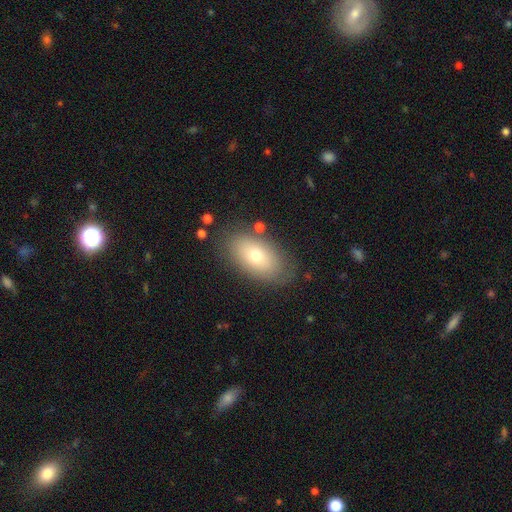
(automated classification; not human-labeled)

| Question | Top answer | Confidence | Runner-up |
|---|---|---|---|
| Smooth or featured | smooth | 67% | featured or disk (23%) |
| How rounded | in between | 90% | round (8%) |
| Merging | none | 81% | minor disturbance (13%) |